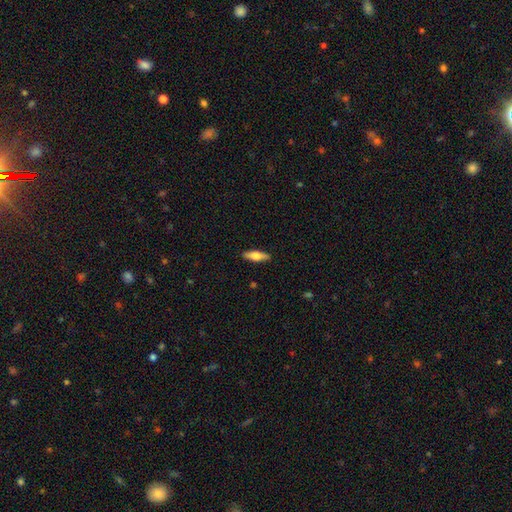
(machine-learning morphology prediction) This appears to be a smooth galaxy with no disk features (59%) that is cigar-shaped (49%). Merging: none (88%).